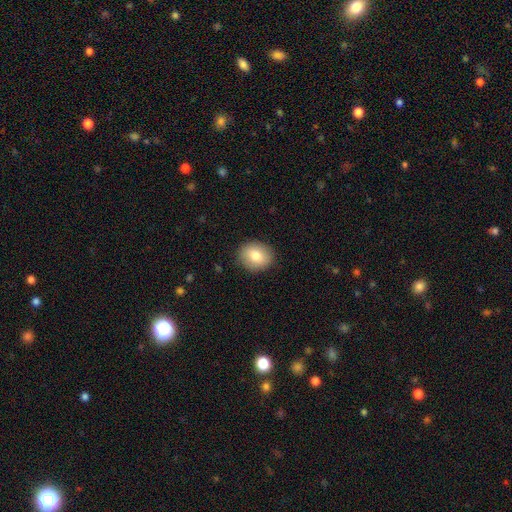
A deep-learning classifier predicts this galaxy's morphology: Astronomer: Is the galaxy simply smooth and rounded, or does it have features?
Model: smooth — 80%.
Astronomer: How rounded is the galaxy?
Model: round — 62% (runner-up: in between, 37%).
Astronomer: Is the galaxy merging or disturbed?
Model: none — 88%.